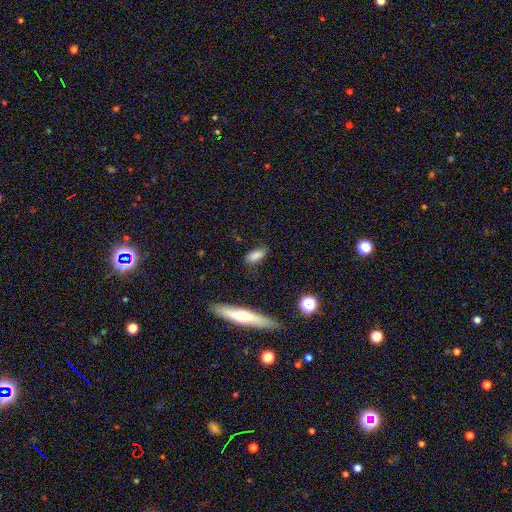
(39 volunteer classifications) A smooth galaxy with no disk features (82%) that is in between round and cigar-shaped (84%). Merging: none (89%).